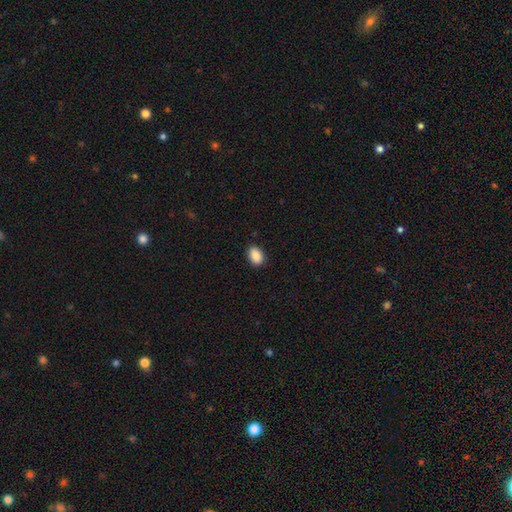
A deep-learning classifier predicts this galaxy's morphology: This is clearly a smooth galaxy (89%). How rounded: clearly in between (85%). Merging: clearly none (89%).